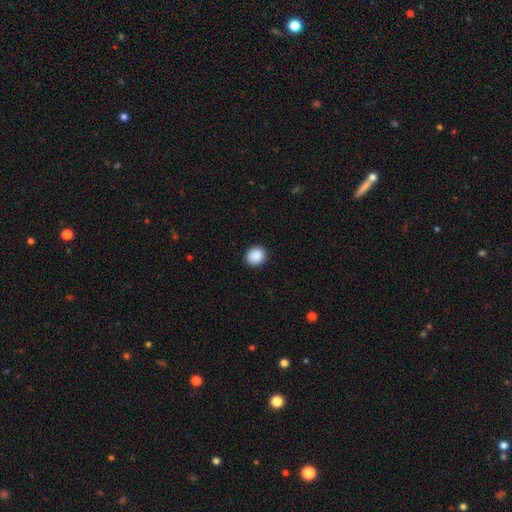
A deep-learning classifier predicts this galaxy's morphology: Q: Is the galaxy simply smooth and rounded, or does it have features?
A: smooth — 90%.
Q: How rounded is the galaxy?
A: round — 78%.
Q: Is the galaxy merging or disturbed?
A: none — 91%.